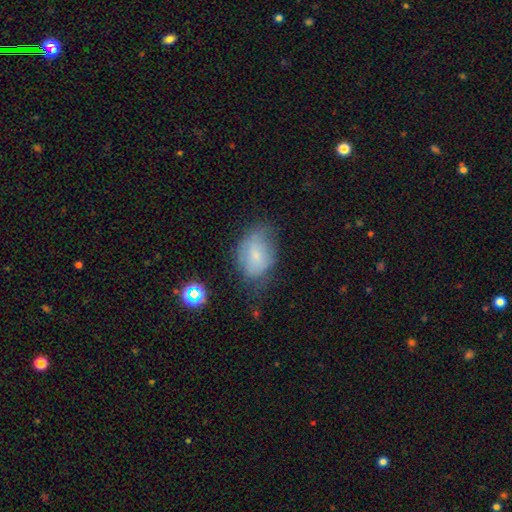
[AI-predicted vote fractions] The model was most divided on "merging": none: 45%, minor disturbance: 35%, major disturbance: 18%, merger: 3%. More confident: how rounded — in between (77%); smooth or featured — smooth (67%).